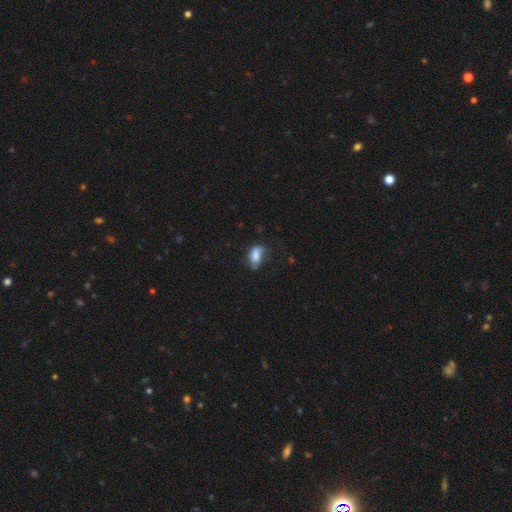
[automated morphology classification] smooth_or_featured: smooth (p=0.70) [alt: featured or disk p=0.21]
how_rounded: in between (p=0.87) [alt: round p=0.09]
merging: none (p=0.42) [alt: minor disturbance p=0.34]